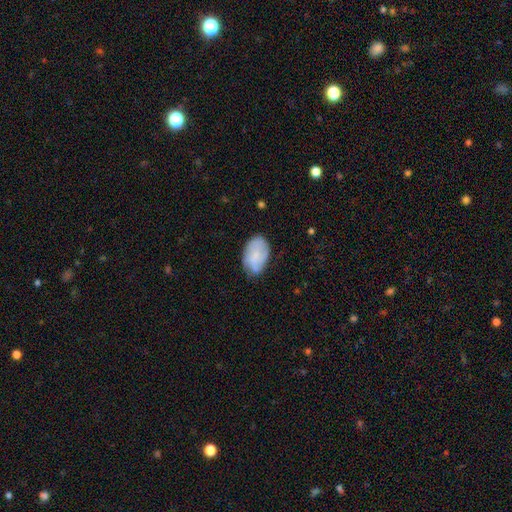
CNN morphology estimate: Smooth or featured: smooth — 56% (featured or disk — 36%)
How rounded: in between — 91% (round — 7%)
Merging: none — 63% (minor disturbance — 28%)